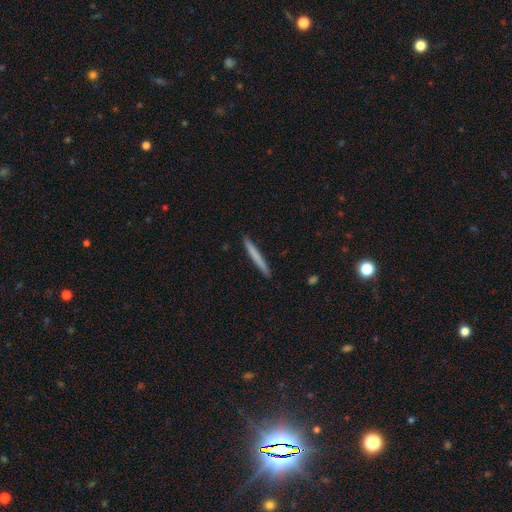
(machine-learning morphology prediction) Q: Smooth or featured?
A: smooth (69%); runner-up: featured or disk (25%)
Q: How rounded?
A: cigar-shaped (97%); runner-up: in between (2%)
Q: Merging?
A: none (92%); runner-up: minor disturbance (6%)